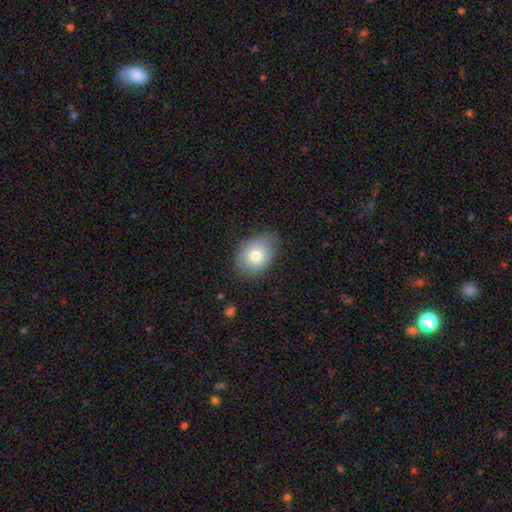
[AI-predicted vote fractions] Smooth or featured? Predicted: smooth (p=0.77). How rounded? Predicted: in between (p=0.63). Merging? Predicted: none (p=0.72).